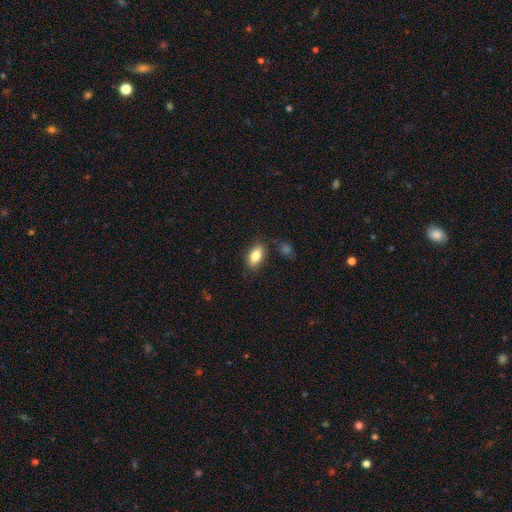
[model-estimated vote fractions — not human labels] The model was most divided on "merging": none: 81%, minor disturbance: 13%, major disturbance: 3%, merger: 3%. More confident: how rounded — in between (88%); smooth or featured — smooth (81%).